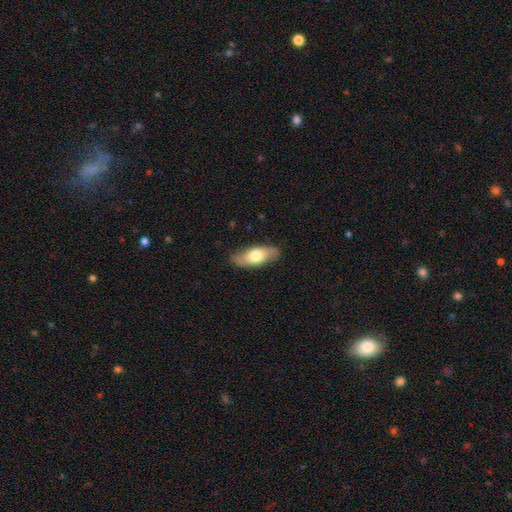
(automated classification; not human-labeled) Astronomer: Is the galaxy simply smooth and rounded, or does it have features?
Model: smooth — 63%.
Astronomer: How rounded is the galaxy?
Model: in between — 77%.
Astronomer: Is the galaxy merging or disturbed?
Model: none — 81%.